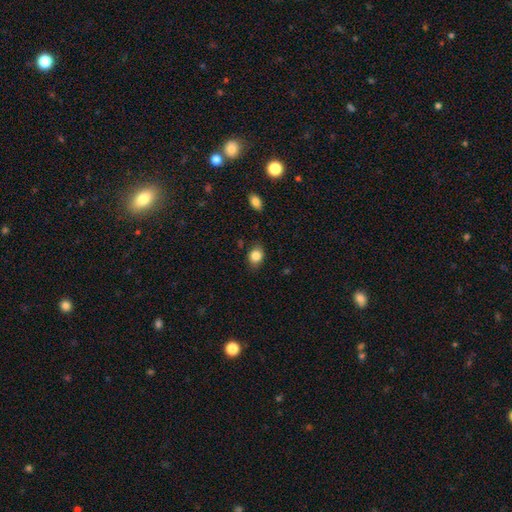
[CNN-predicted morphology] A smooth galaxy with no disk features (84%) that is in between round and cigar-shaped (56%). Merging: none (80%).